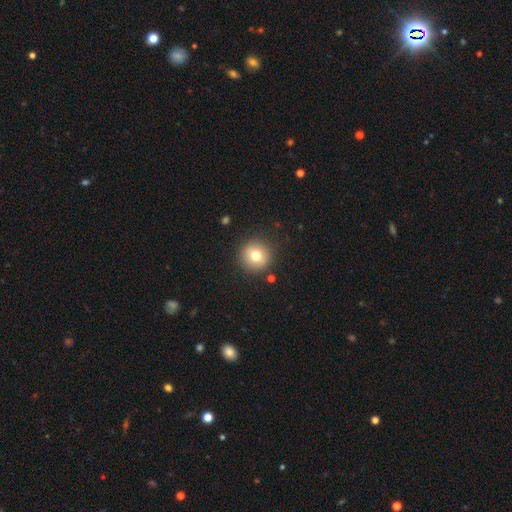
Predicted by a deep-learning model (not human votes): This appears to be a smooth galaxy with no disk features (77%) that is round (95%). Merging: none (90%).